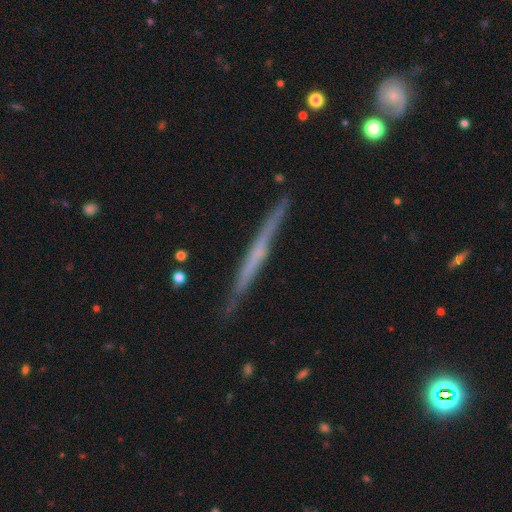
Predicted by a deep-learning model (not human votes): Morphology: type=featured or disk (60%); edge-on=yes (97%); edge-on bulge=none (82%); merging=none (87%).